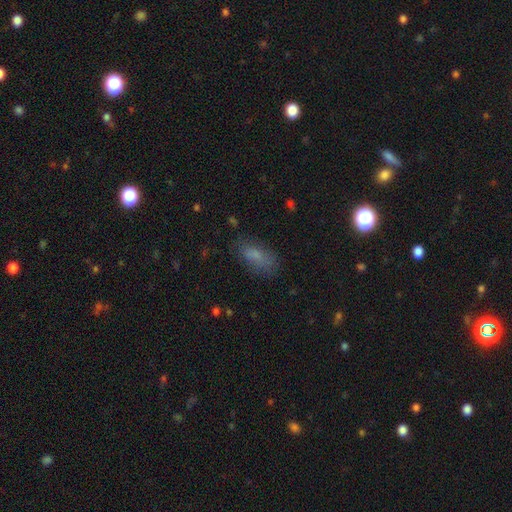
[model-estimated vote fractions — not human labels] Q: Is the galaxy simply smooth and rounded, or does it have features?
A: smooth — 75%.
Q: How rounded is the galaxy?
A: in between — 80%.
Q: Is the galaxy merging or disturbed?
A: none — 69%.